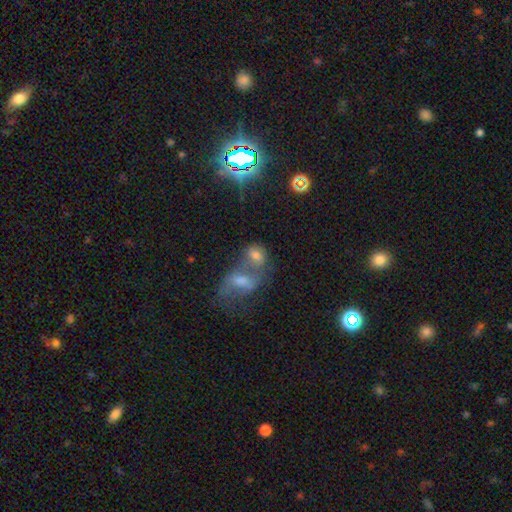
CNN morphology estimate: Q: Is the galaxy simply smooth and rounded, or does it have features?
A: smooth — 40%.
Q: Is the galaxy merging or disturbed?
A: merger — 60%.